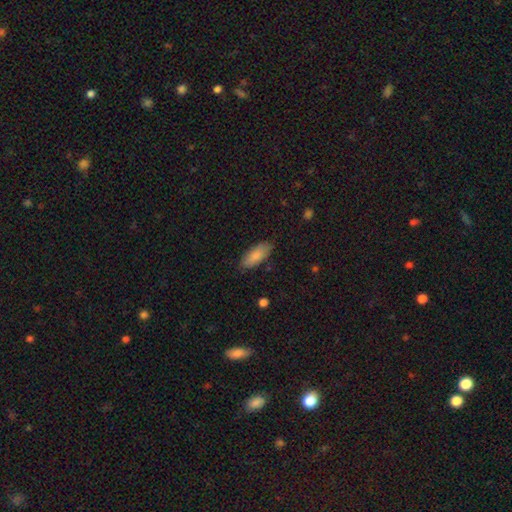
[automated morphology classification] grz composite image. It shows a smooth galaxy with no disk features (84%) that is in between round and cigar-shaped (79%). Merging: none (83%).